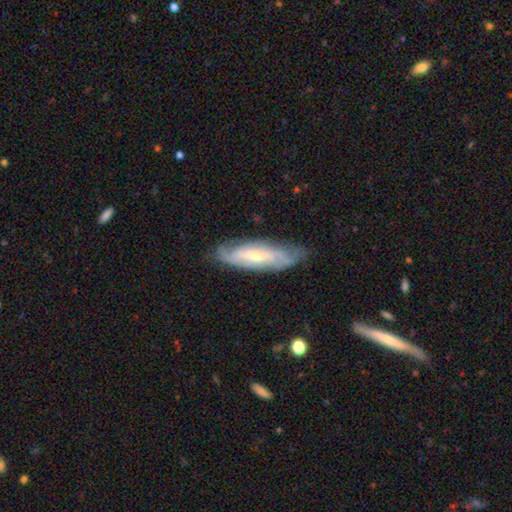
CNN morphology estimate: Smooth or featured?
  - featured or disk: 74% *
  - smooth: 21%
  - star or artifact: 6%
Edge-on disk?
  - no: 79% *
  - yes: 21%
Bar?
  - no: 41% *
  - weak: 38%
  - strong: 21%
Spiral arms?
  - yes: 88% *
  - no: 12%
Spiral winding?
  - tight: 47% *
  - medium: 37%
  - loose: 16%
Spiral arm count?
  - can't tell: 39% *
  - 2: 38%
  - 3: 11%
  - 4: 5%
  - 1: 4%
  - more than 4: 3%
Bulge size?
  - small: 65% *
  - moderate: 31%
  - none: 2%
  - large: 2%
  - dominant: 1%
Merging?
  - none: 73% *
  - minor disturbance: 20%
  - major disturbance: 6%
  - merger: 2%